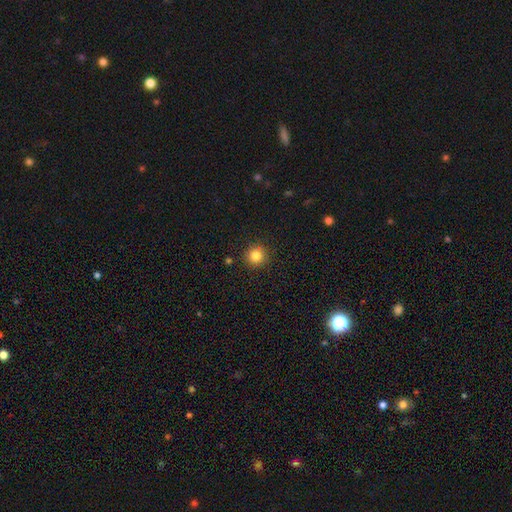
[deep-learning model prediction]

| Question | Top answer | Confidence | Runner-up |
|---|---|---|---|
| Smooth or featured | smooth | 83% | star or artifact (12%) |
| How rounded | round | 94% | in between (5%) |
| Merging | none | 90% | minor disturbance (6%) |